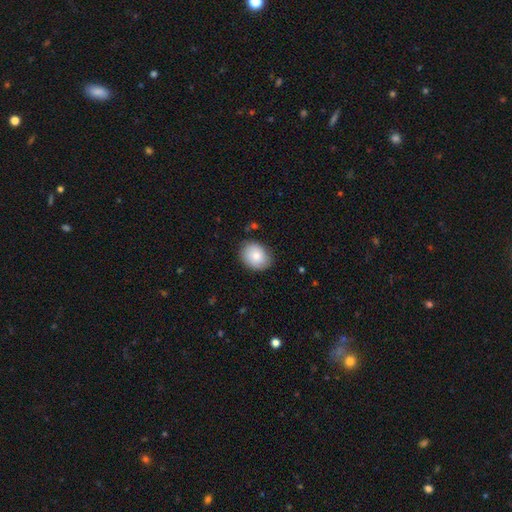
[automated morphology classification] Smooth or featured?
  - smooth: 81% *
  - featured or disk: 12%
  - star or artifact: 7%
How rounded?
  - in between: 50% *
  - round: 49%
  - cigar-shaped: 1%
Merging?
  - none: 82% *
  - minor disturbance: 14%
  - major disturbance: 3%
  - merger: 1%